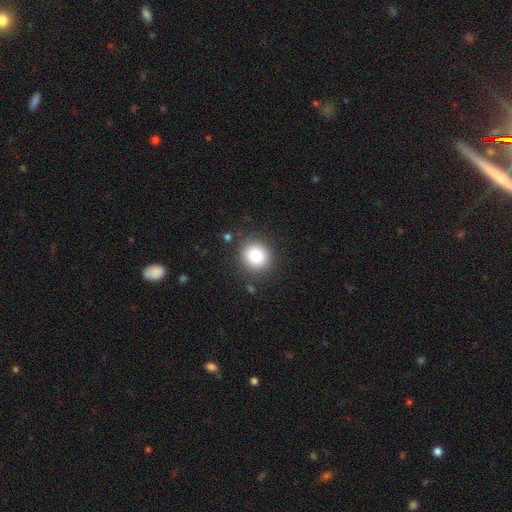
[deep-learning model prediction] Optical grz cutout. It shows a smooth galaxy with no disk features (82%) that is round (86%). Merging: none (87%).